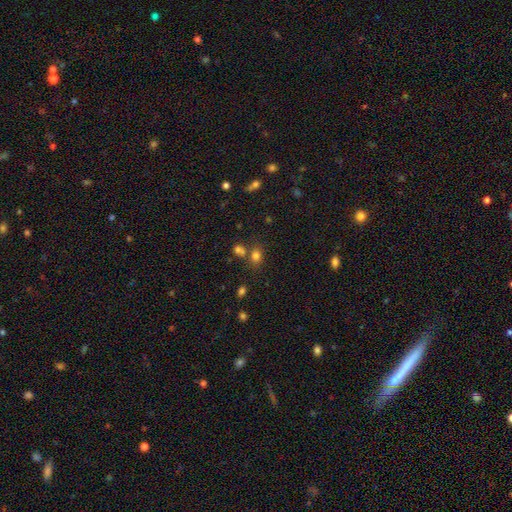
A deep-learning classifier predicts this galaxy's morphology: A smooth galaxy with no disk features (75%) that is in between round and cigar-shaped (52%). Merging: none (62%).